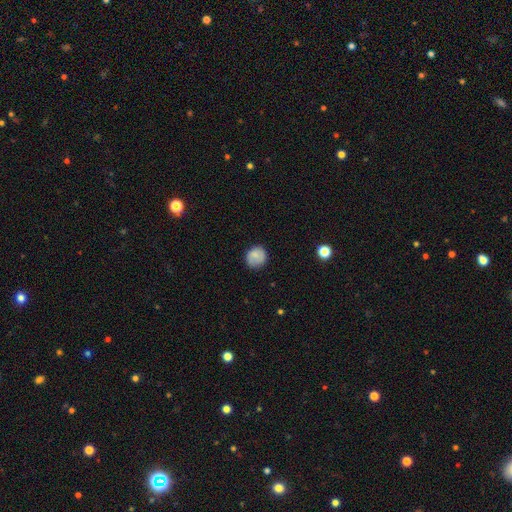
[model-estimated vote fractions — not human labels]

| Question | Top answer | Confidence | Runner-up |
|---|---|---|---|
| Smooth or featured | smooth | 79% | featured or disk (13%) |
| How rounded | round | 85% | in between (14%) |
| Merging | none | 82% | minor disturbance (14%) |